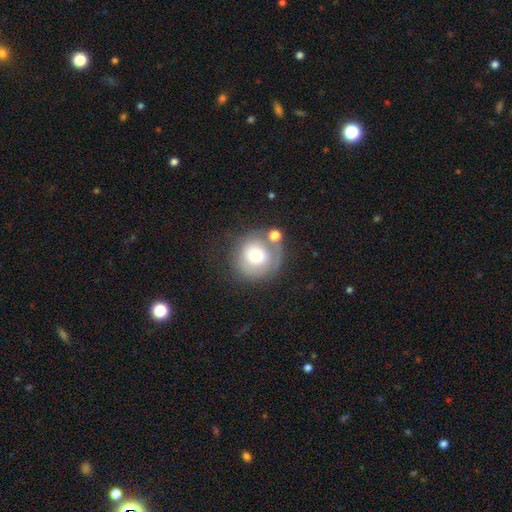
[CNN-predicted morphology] smooth_or_featured: smooth (p=0.58) [alt: featured or disk p=0.34]
how_rounded: round (p=0.90) [alt: in between p=0.09]
merging: none (p=0.50) [alt: minor disturbance p=0.19]